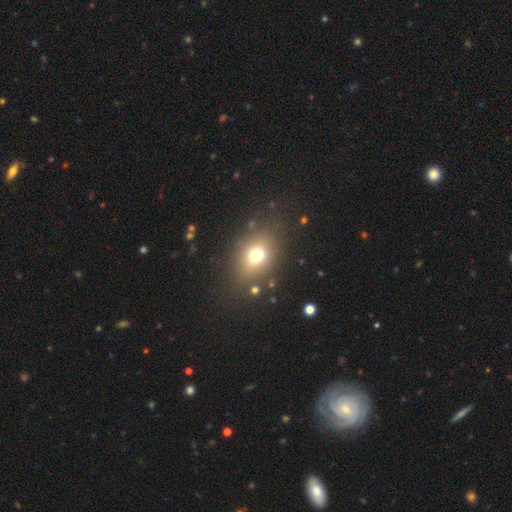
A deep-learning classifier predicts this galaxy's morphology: This is likely a smooth galaxy (67%). How rounded: likely in between (61%). Merging: likely none (68%).